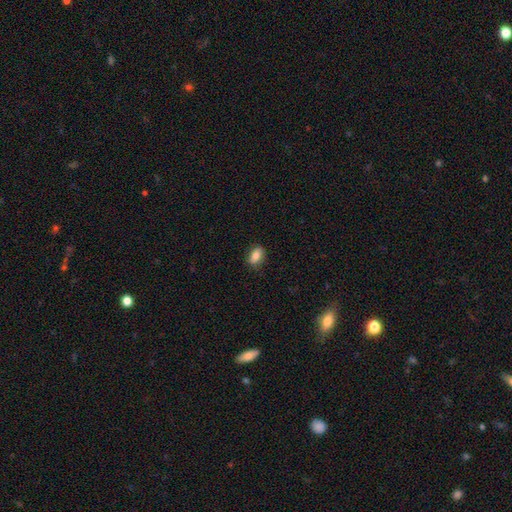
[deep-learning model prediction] smooth_or_featured: smooth (p=0.79) [alt: featured or disk p=0.12]
how_rounded: in between (p=0.85) [alt: round p=0.11]
merging: none (p=0.82) [alt: minor disturbance p=0.14]